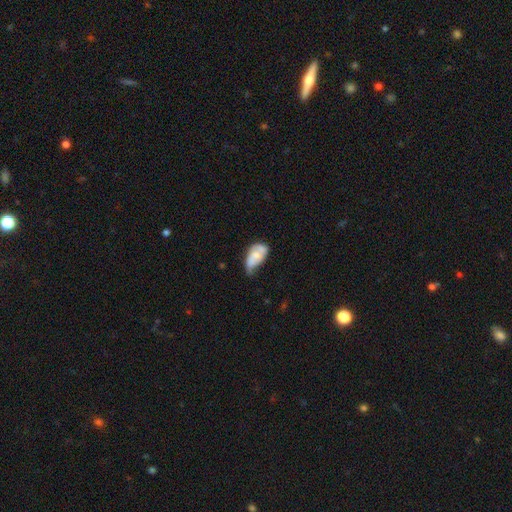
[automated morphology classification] Smooth or featured: smooth — 53% (featured or disk — 40%)
How rounded: in between — 90% (round — 7%)
Merging: minor disturbance — 45% (major disturbance — 25%)